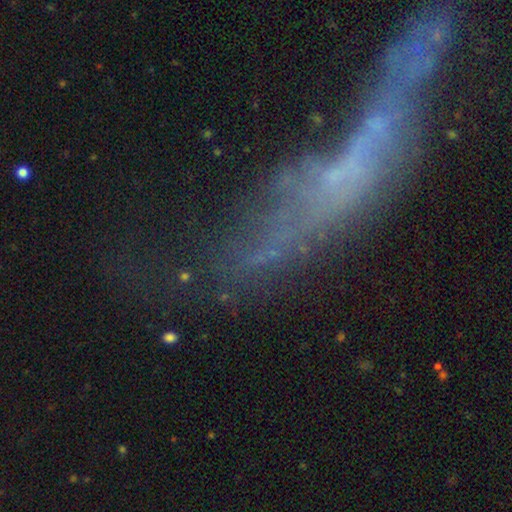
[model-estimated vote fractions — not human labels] A star or artifact, not a galaxy (35%).

Vote fractions:
- Smooth or featured? star or artifact: 35% / featured or disk: 34% / smooth: 30%